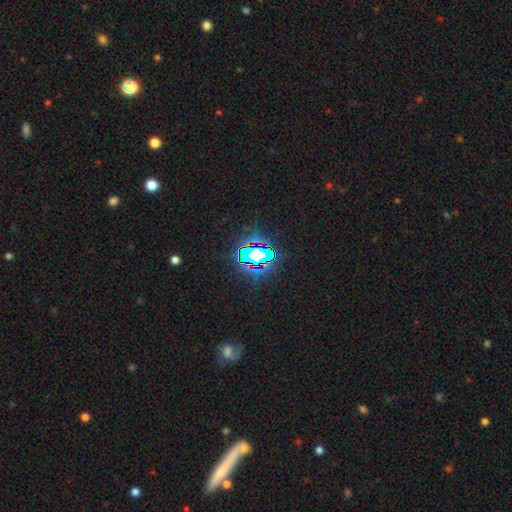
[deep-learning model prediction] The model was most divided on "smooth or featured": star or artifact: 70%, smooth: 17%, featured or disk: 13%.